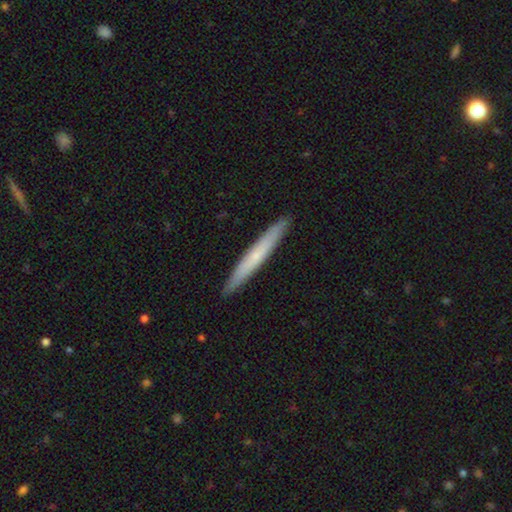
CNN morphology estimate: smooth-or-featured: smooth: 55% | featured or disk: 40% | star or artifact: 5%
  how-rounded: cigar-shaped: 97% | in between: 2% | round: 1%
  merging: none: 92% | minor disturbance: 6% | major disturbance: 1% | merger: 1%